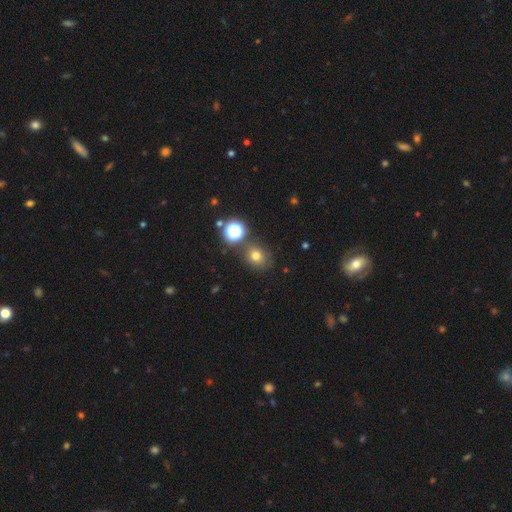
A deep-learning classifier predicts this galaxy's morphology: smooth-or-featured: smooth: 70% | star or artifact: 21% | featured or disk: 10%
  how-rounded: round: 68% | in between: 31% | cigar-shaped: 1%
  merging: none: 77% | minor disturbance: 12% | merger: 7% | major disturbance: 4%